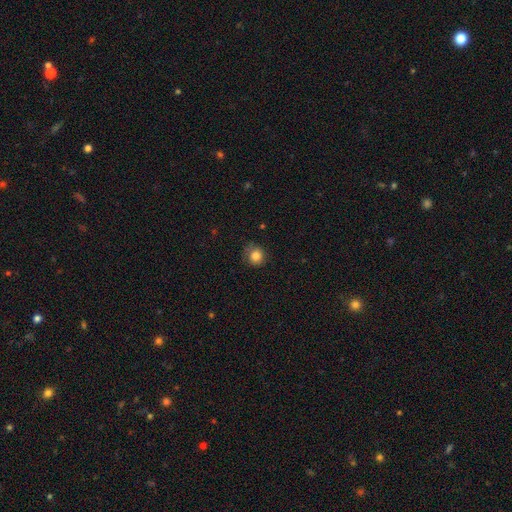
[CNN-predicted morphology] smooth_or_featured: smooth (p=0.84) [alt: star or artifact p=0.10]
how_rounded: round (p=0.86) [alt: in between p=0.13]
merging: none (p=0.74) [alt: minor disturbance p=0.19]